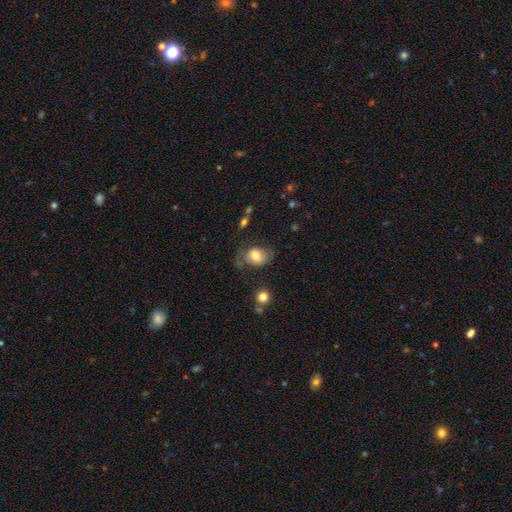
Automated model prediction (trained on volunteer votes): Q: Smooth or featured?
A: smooth (70%); runner-up: featured or disk (22%)
Q: How rounded?
A: in between (67%); runner-up: round (32%)
Q: Merging?
A: none (53%); runner-up: minor disturbance (28%)